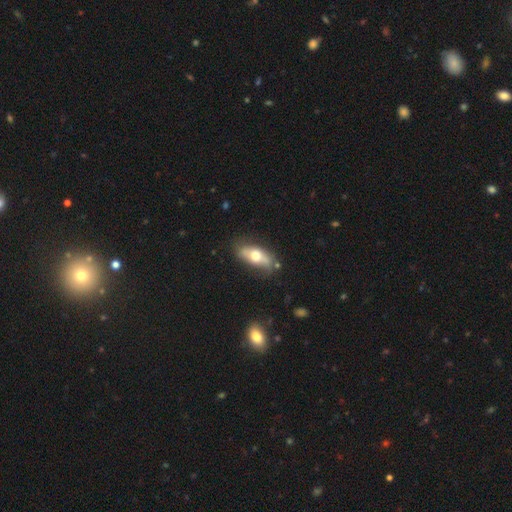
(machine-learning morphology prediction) smooth-or-featured: smooth: 57% | featured or disk: 36% | star or artifact: 7%
  how-rounded: in between: 78% | cigar-shaped: 17% | round: 4%
  merging: none: 68% | minor disturbance: 21% | major disturbance: 6% | merger: 5%